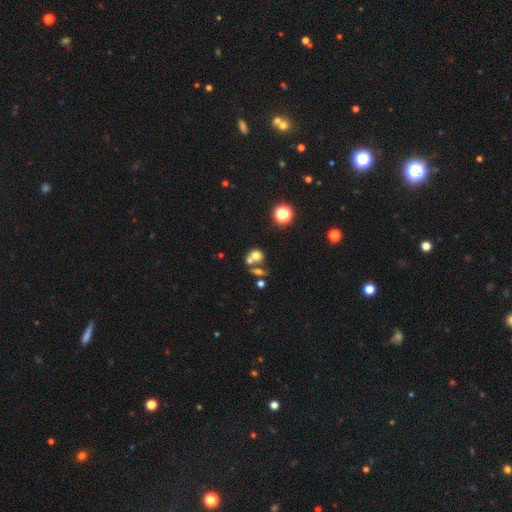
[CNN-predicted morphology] A smooth galaxy with no disk features (66%) that is round (69%).

Vote fractions:
- Smooth or featured? smooth: 66% / featured or disk: 17% / star or artifact: 16%
- How rounded? round: 69% / in between: 30% / cigar-shaped: 2%
- Merging? merger: 49% / none: 36% / minor disturbance: 9% / major disturbance: 6%